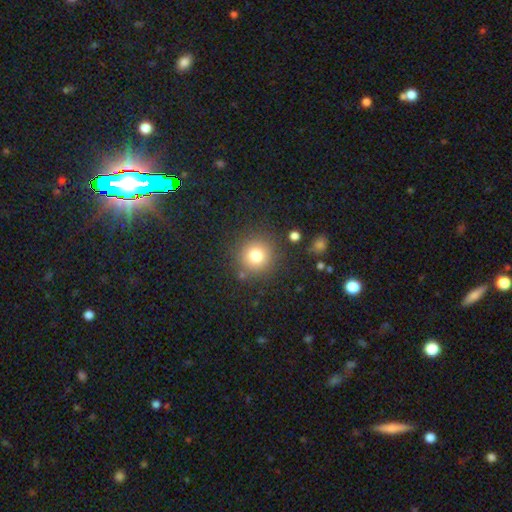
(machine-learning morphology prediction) smooth_or_featured: smooth (p=0.78) [alt: star or artifact p=0.14]
how_rounded: round (p=0.94) [alt: in between p=0.05]
merging: none (p=0.86) [alt: minor disturbance p=0.08]